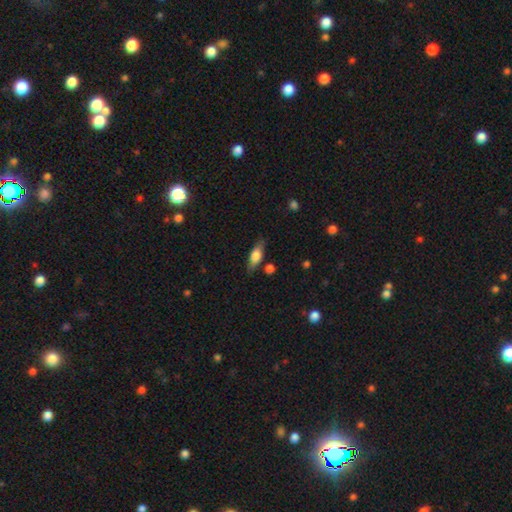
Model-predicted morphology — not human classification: This appears to be a smooth galaxy with no disk features (64%) that is in between round and cigar-shaped (61%). Merging: none (78%).